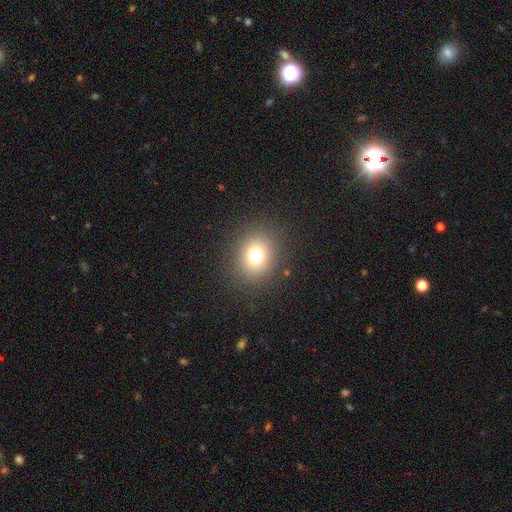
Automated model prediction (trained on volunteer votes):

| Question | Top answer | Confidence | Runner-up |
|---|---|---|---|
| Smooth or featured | smooth | 74% | star or artifact (16%) |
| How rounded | round | 67% | in between (32%) |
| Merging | none | 87% | minor disturbance (8%) |